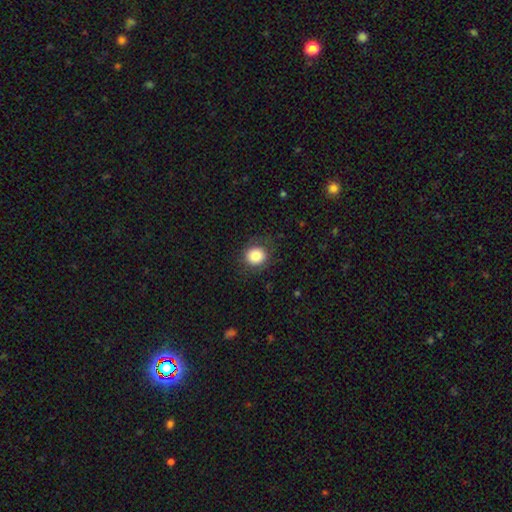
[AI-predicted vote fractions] Smooth or featured? smooth (83%)
How rounded? round (86%)
Merging? none (83%)